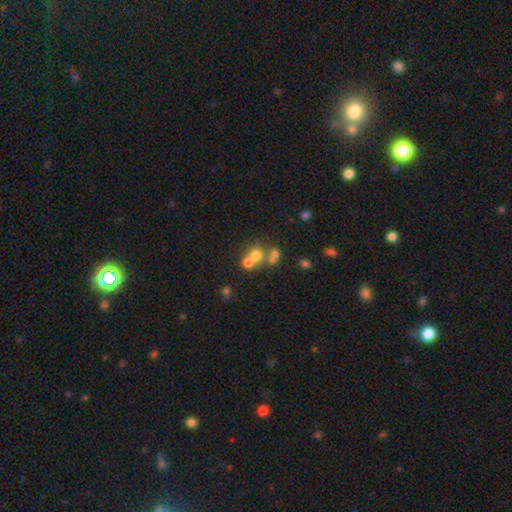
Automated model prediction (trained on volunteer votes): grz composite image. It shows a smooth galaxy with no disk features (64%) that is round (86%). Merging: merger (47%).